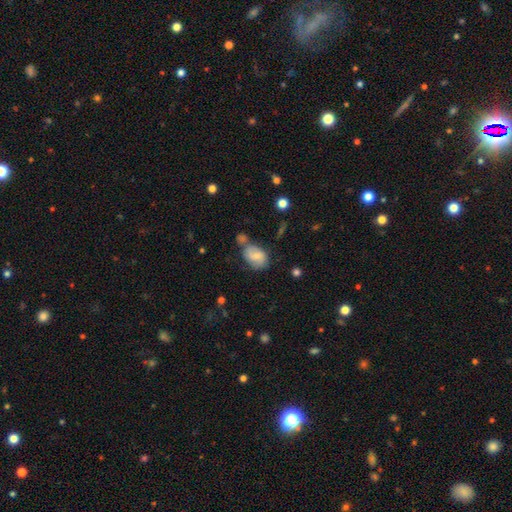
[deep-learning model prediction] Morphology: type=smooth (61%); roundness=in between (79%); merging=none (44%).